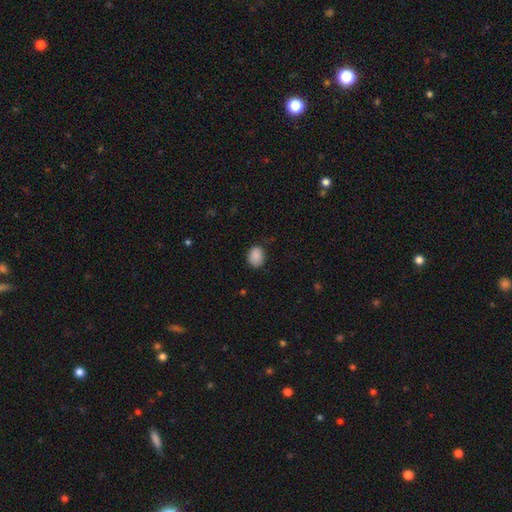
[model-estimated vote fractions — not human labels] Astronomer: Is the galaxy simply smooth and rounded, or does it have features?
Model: smooth — 88%.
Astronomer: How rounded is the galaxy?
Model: in between — 62% (runner-up: round, 38%).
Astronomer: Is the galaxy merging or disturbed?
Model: none — 77%.